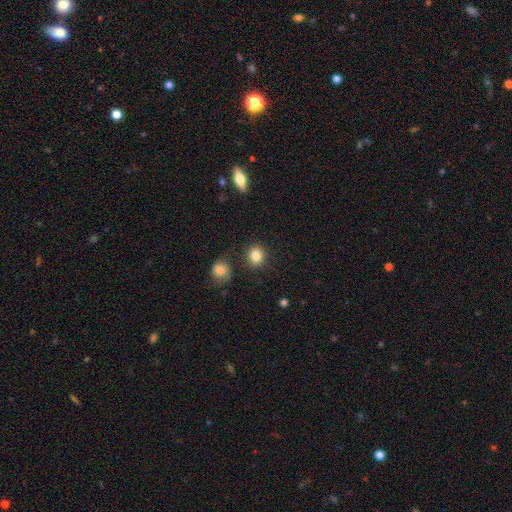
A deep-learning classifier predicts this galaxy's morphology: smooth_or_featured: smooth (p=0.85) [alt: star or artifact p=0.10]
how_rounded: round (p=0.76) [alt: in between p=0.23]
merging: none (p=0.85) [alt: minor disturbance p=0.09]